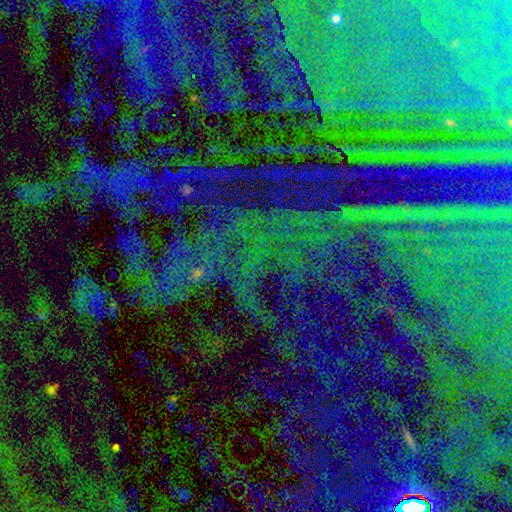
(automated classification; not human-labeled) This appears to be a star or artifact, not a galaxy (82%).